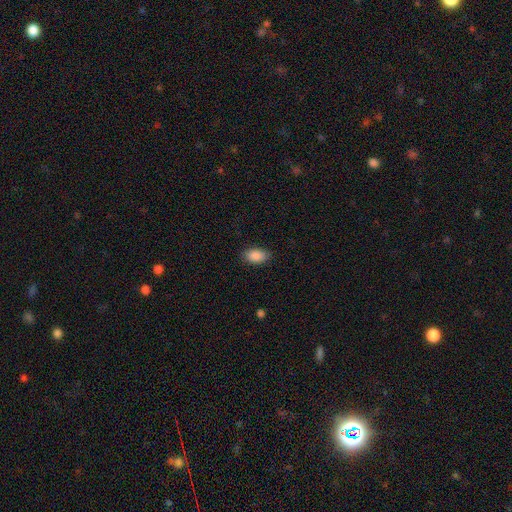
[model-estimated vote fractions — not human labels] Smooth or featured? smooth (89%)
How rounded? in between (92%)
Merging? none (87%)